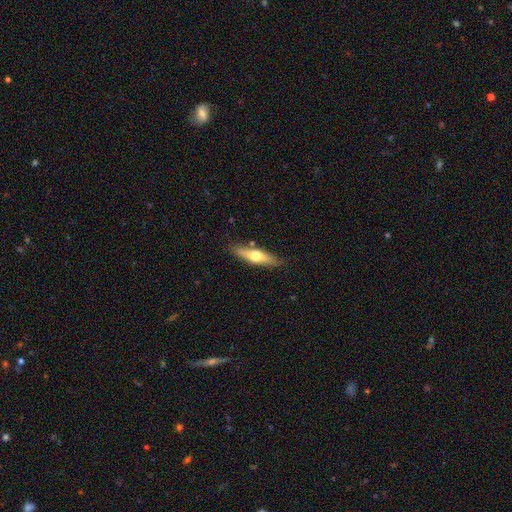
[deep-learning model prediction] Overall: featured or disk (49%; smooth 46%). Merging: none (84%).